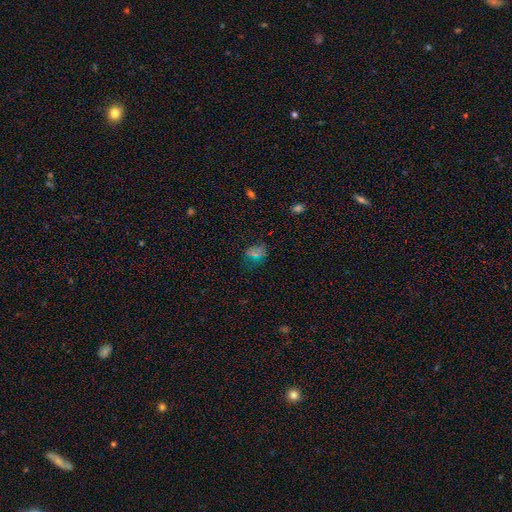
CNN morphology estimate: A smooth galaxy with no disk features (47%).

Vote fractions:
- Smooth or featured? smooth: 47% / star or artifact: 35% / featured or disk: 18%
- Merging? none: 66% / minor disturbance: 21% / major disturbance: 11% / merger: 3%